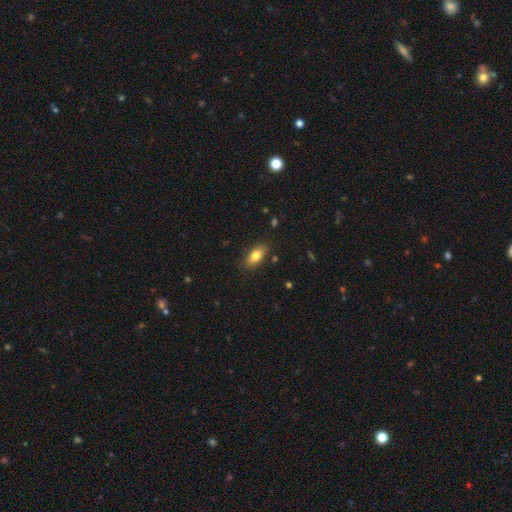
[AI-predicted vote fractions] A smooth galaxy with no disk features (81%) that is in between round and cigar-shaped (87%).

Vote fractions:
- Smooth or featured? smooth: 81% / featured or disk: 12% / star or artifact: 8%
- How rounded? in between: 87% / cigar-shaped: 9% / round: 4%
- Merging? none: 84% / minor disturbance: 12% / major disturbance: 3% / merger: 2%